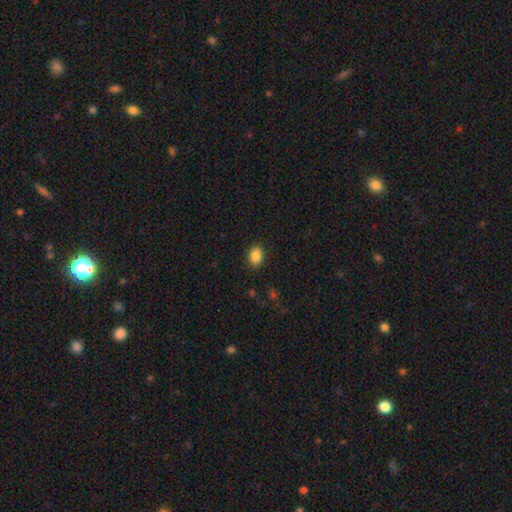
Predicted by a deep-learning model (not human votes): Q: Smooth or featured?
A: smooth (87%); runner-up: star or artifact (9%)
Q: How rounded?
A: in between (75%); runner-up: round (24%)
Q: Merging?
A: none (88%); runner-up: minor disturbance (8%)